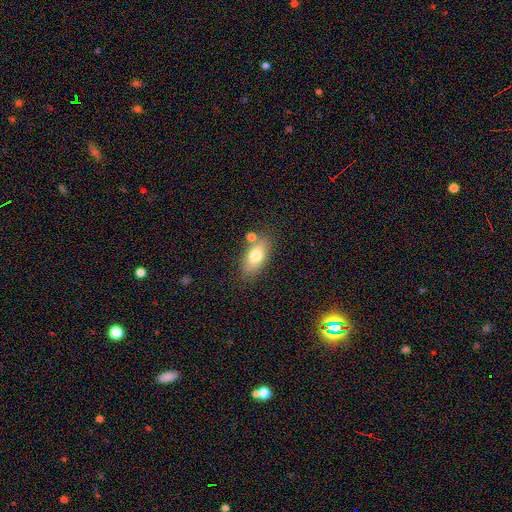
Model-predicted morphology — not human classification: Smooth or featured?
  - smooth: 74% *
  - featured or disk: 18%
  - star or artifact: 8%
How rounded?
  - in between: 88% *
  - cigar-shaped: 6%
  - round: 5%
Merging?
  - none: 71% *
  - minor disturbance: 14%
  - merger: 11%
  - major disturbance: 4%